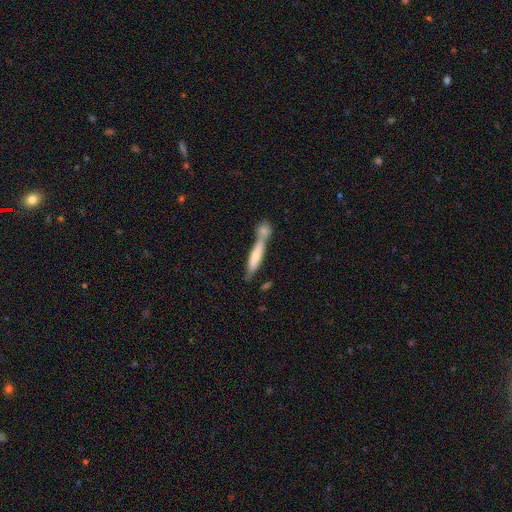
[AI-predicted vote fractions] Morphology: type=smooth (63%); roundness=cigar-shaped (83%); merging=merger (43%).